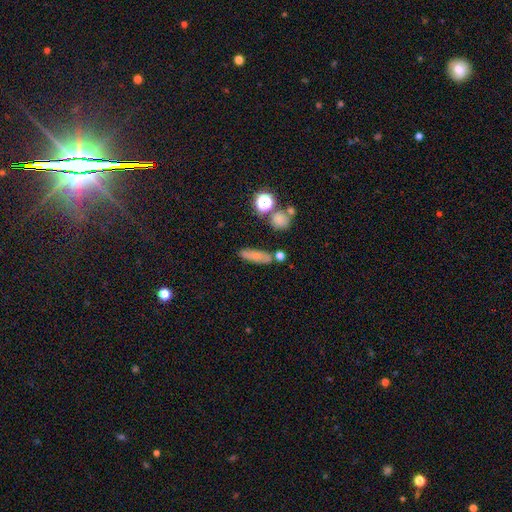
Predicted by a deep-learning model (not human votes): Q: Smooth or featured?
A: smooth (67%); runner-up: featured or disk (19%)
Q: How rounded?
A: cigar-shaped (49%); runner-up: in between (43%)
Q: Merging?
A: none (72%); runner-up: minor disturbance (15%)